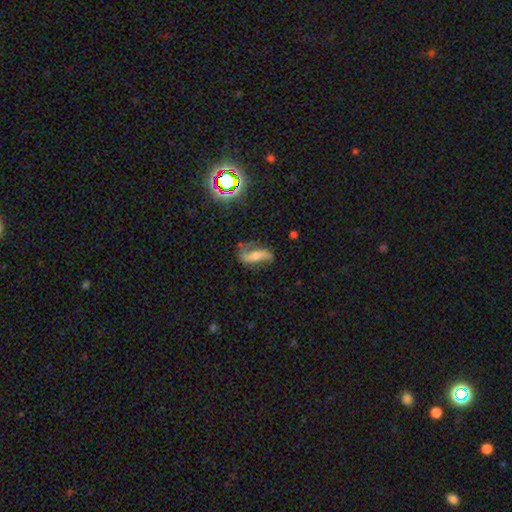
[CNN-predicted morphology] Q: Smooth or featured?
A: featured or disk (68%); runner-up: smooth (20%)
Q: Edge-on disk?
A: no (88%); runner-up: yes (12%)
Q: Bar?
A: strong (42%); runner-up: no (30%)
Q: Spiral arms?
A: yes (90%); runner-up: no (10%)
Q: Spiral winding?
A: loose (64%); runner-up: medium (26%)
Q: Spiral arm count?
A: 2 (85%); runner-up: 1 (6%)
Q: Bulge size?
A: moderate (42%); runner-up: small (41%)
Q: Merging?
A: none (63%); runner-up: minor disturbance (21%)